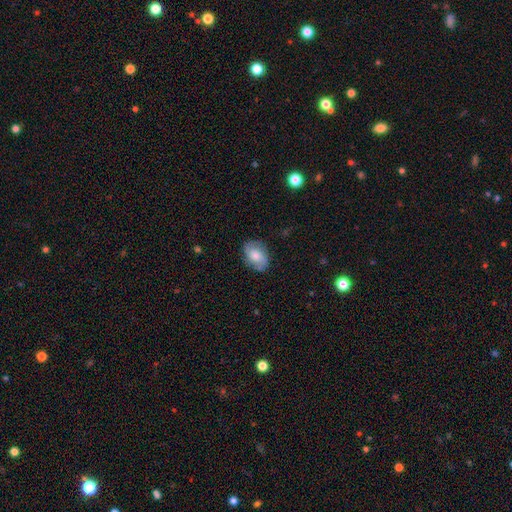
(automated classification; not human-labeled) smooth_or_featured: smooth (p=0.49) [alt: featured or disk p=0.43]
merging: none (p=0.77) [alt: minor disturbance p=0.17]